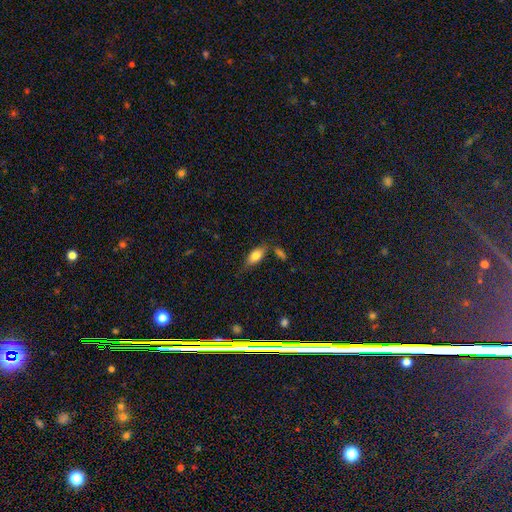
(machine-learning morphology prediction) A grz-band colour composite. It shows a smooth galaxy with no disk features (77%) that is in between round and cigar-shaped (85%). Merging: none (67%).